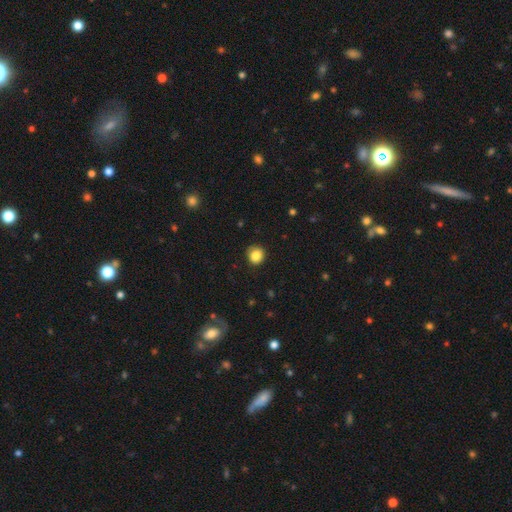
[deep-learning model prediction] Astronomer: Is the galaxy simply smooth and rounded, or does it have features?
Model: smooth — 86%.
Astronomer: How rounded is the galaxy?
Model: round — 90%.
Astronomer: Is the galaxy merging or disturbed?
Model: none — 85%.